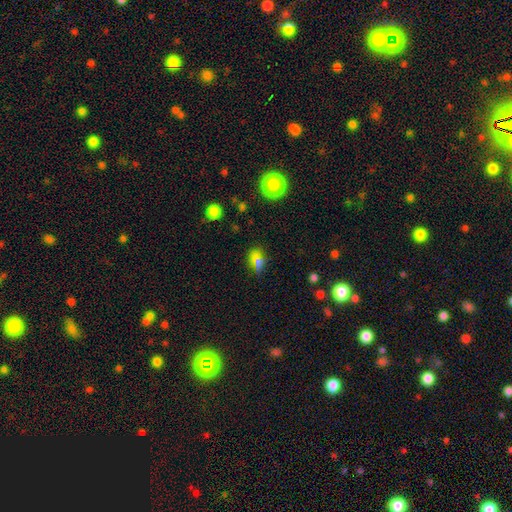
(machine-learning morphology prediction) Smooth or featured? smooth (62%)
How rounded? in between (58%)
Merging? none (76%)